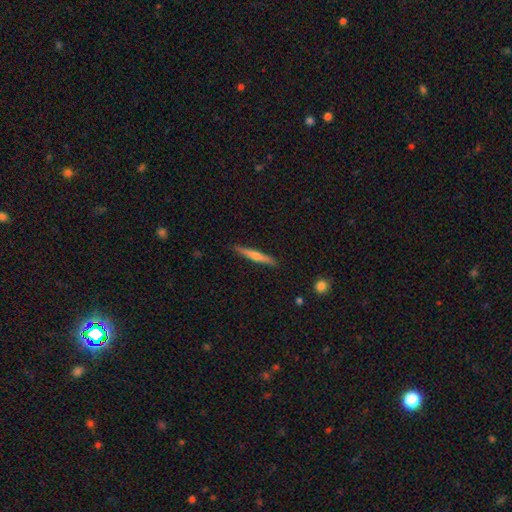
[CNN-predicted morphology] Q: Smooth or featured?
A: featured or disk (57%); runner-up: smooth (37%)
Q: Edge-on disk?
A: yes (97%); runner-up: no (3%)
Q: Edge-on bulge?
A: rounded (79%); runner-up: none (17%)
Q: Merging?
A: none (90%); runner-up: minor disturbance (8%)